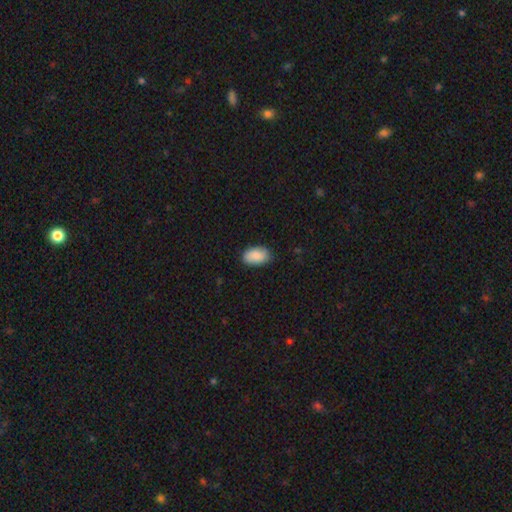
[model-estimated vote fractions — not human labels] A smooth galaxy with no disk features (89%) that is in between round and cigar-shaped (93%). Merging: none (84%).